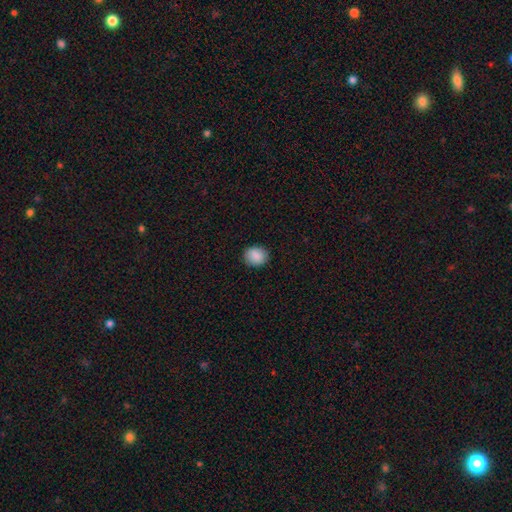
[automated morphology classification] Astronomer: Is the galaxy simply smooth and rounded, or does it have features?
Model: smooth — 89%.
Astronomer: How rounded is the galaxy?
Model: round — 73%.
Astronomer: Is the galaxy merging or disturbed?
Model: none — 89%.